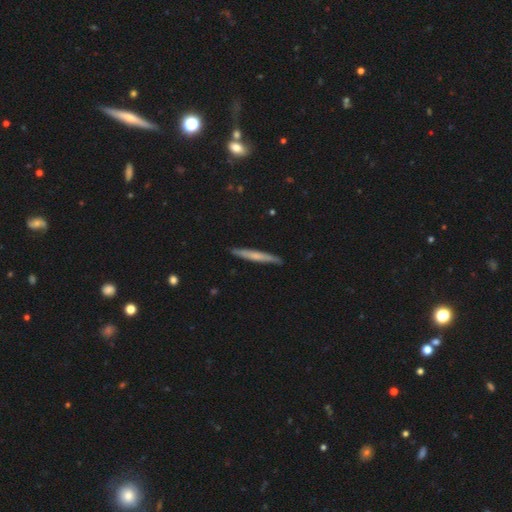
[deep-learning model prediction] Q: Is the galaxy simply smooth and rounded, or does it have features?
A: smooth — 52%.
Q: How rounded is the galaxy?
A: cigar-shaped — 96%.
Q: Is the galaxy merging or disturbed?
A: none — 89%.